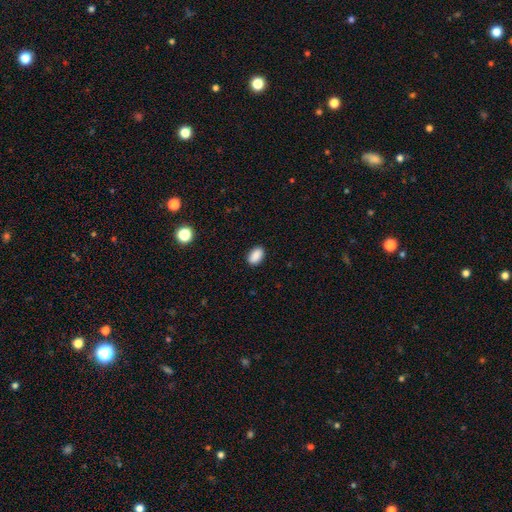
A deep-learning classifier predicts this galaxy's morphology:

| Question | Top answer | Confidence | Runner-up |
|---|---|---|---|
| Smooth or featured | smooth | 89% | star or artifact (8%) |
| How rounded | in between | 89% | round (10%) |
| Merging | none | 88% | minor disturbance (9%) |